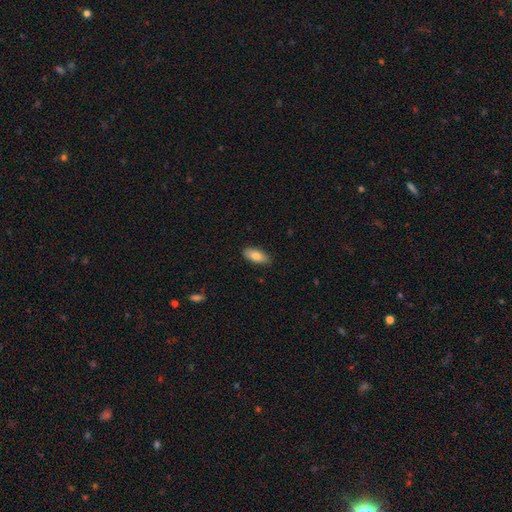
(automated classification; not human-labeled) The model was most divided on "smooth or featured": smooth: 83%, featured or disk: 11%, star or artifact: 6%. More confident: how rounded — in between (86%); merging — none (85%).